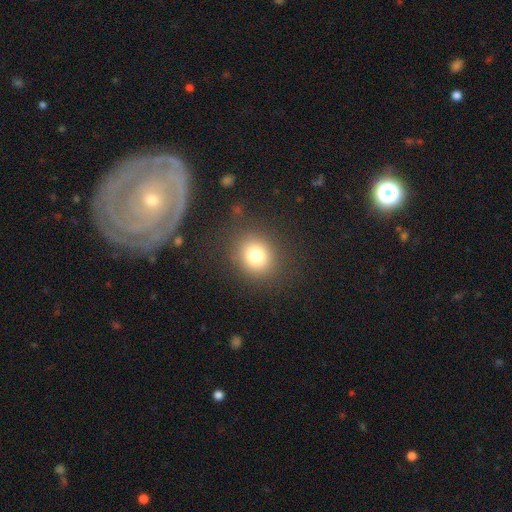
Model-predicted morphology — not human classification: Q: Smooth or featured?
A: smooth (76%); runner-up: star or artifact (14%)
Q: How rounded?
A: round (80%); runner-up: in between (19%)
Q: Merging?
A: none (85%); runner-up: minor disturbance (8%)